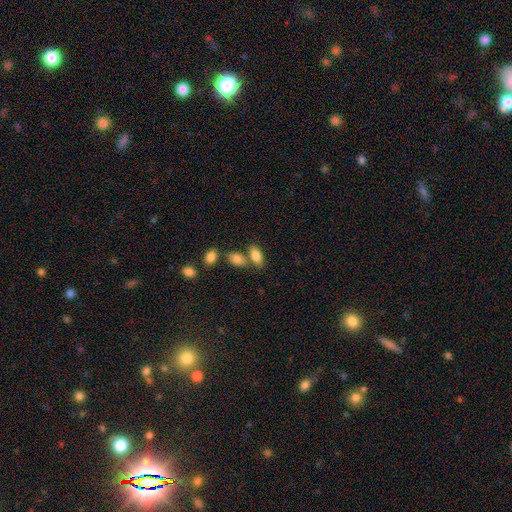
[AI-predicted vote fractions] Smooth or featured?
  - smooth: 83% *
  - featured or disk: 9%
  - star or artifact: 8%
How rounded?
  - in between: 89% *
  - cigar-shaped: 5%
  - round: 5%
Merging?
  - none: 57% *
  - merger: 27%
  - minor disturbance: 12%
  - major disturbance: 4%